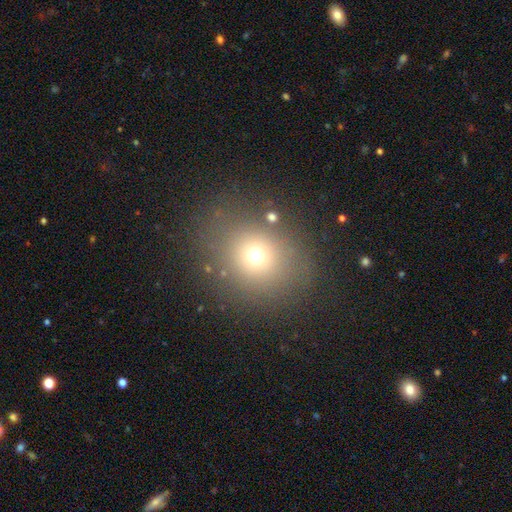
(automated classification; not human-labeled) Smooth or featured?
  - smooth: 67% *
  - star or artifact: 21%
  - featured or disk: 12%
How rounded?
  - round: 75% *
  - in between: 24%
  - cigar-shaped: 1%
Merging?
  - none: 80% *
  - minor disturbance: 11%
  - major disturbance: 7%
  - merger: 3%